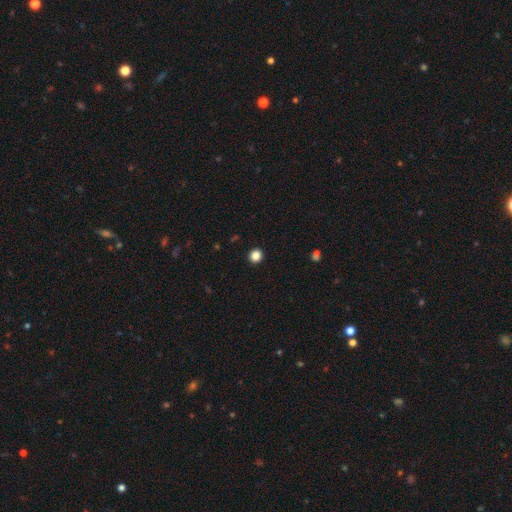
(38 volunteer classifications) Morphology: type=smooth (92%); roundness=round (91%); merging=none (100%).